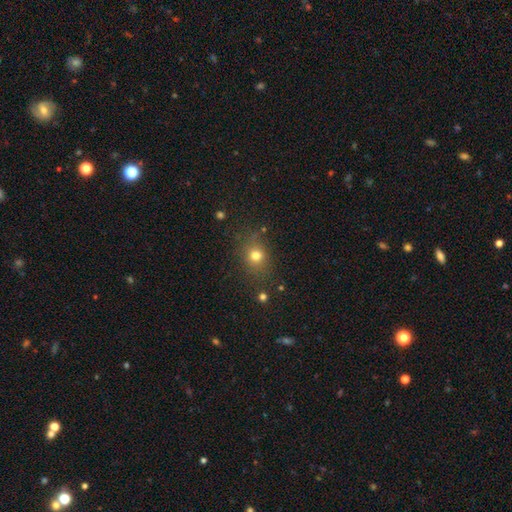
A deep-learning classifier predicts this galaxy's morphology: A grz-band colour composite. It shows a smooth galaxy with no disk features (75%) that is round (69%). Merging: none (79%).